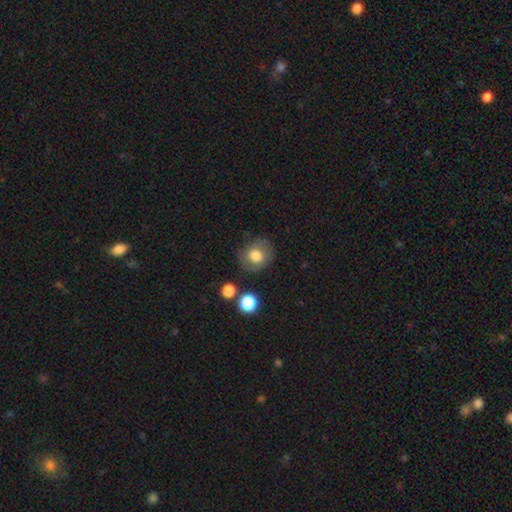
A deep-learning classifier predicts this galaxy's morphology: This appears to be a smooth galaxy with no disk features (76%) that is round (74%). Merging: none (74%).